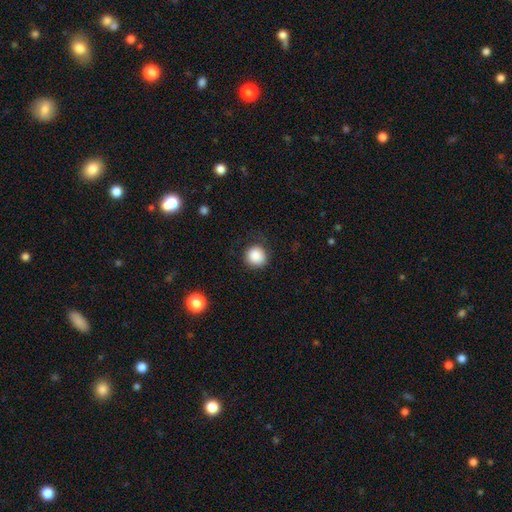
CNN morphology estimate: smooth-or-featured: smooth: 87% | star or artifact: 9% | featured or disk: 4%
  how-rounded: round: 92% | in between: 7% | cigar-shaped: 1%
  merging: none: 81% | minor disturbance: 13% | major disturbance: 5% | merger: 1%